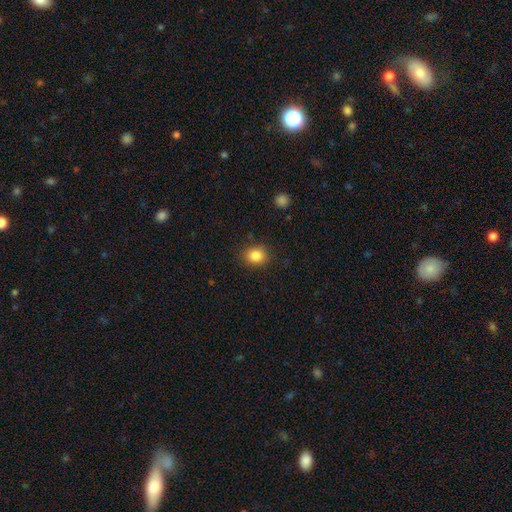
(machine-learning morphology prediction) Smooth or featured: smooth — 85% (star or artifact — 10%)
How rounded: round — 60% (in between — 39%)
Merging: none — 86% (minor disturbance — 10%)